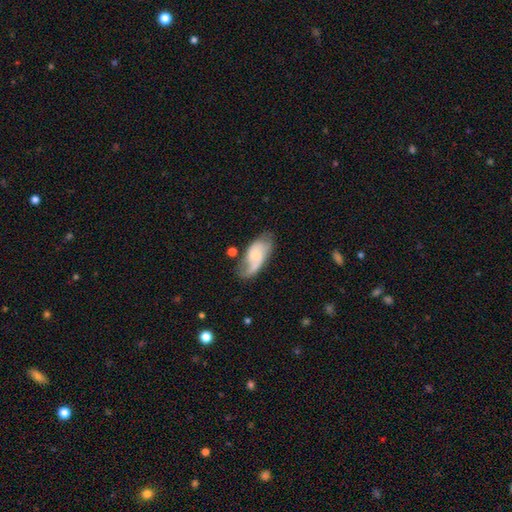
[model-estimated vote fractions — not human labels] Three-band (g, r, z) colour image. It shows a featured or disk galaxy (58%) with no bar (64%), spiral arms (85%) and a small central bulge (58%). Merging: none (49%).